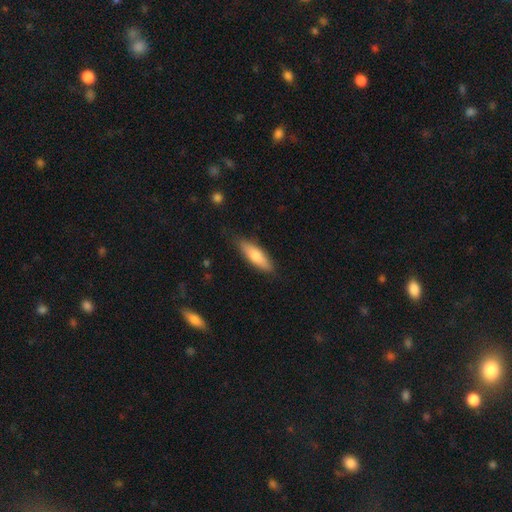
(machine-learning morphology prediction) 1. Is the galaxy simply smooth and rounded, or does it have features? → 72% smooth, 23% featured or disk, 6% star or artifact.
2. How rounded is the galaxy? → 55% cigar-shaped, 43% in between, 2% round.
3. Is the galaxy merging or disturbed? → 83% none, 14% minor disturbance, 2% major disturbance, 1% merger.